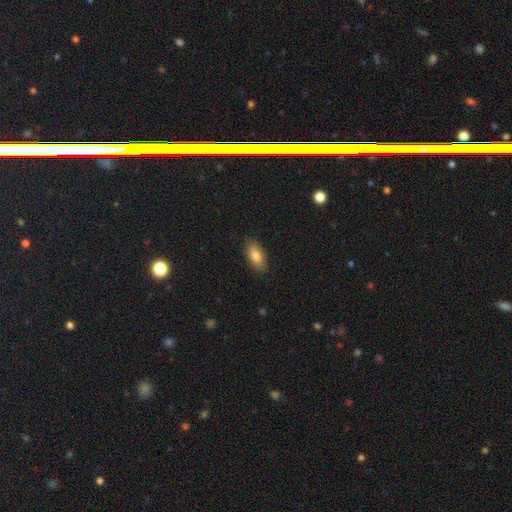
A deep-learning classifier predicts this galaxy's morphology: Q: Smooth or featured?
A: smooth (83%); runner-up: featured or disk (9%)
Q: How rounded?
A: in between (88%); runner-up: cigar-shaped (9%)
Q: Merging?
A: none (88%); runner-up: minor disturbance (9%)